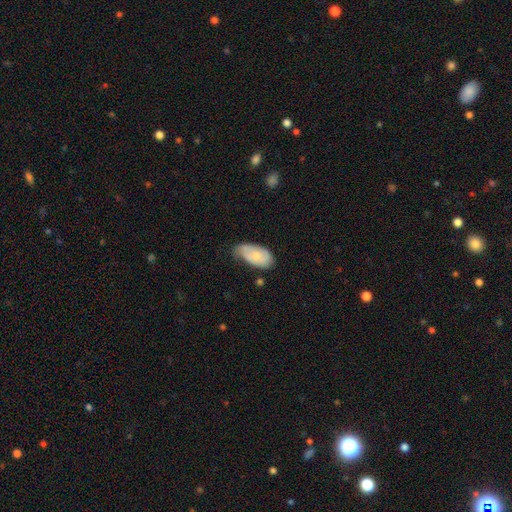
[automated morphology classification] Q: Smooth or featured?
A: smooth (63%); runner-up: featured or disk (31%)
Q: How rounded?
A: in between (94%); runner-up: round (3%)
Q: Merging?
A: none (44%); runner-up: minor disturbance (42%)